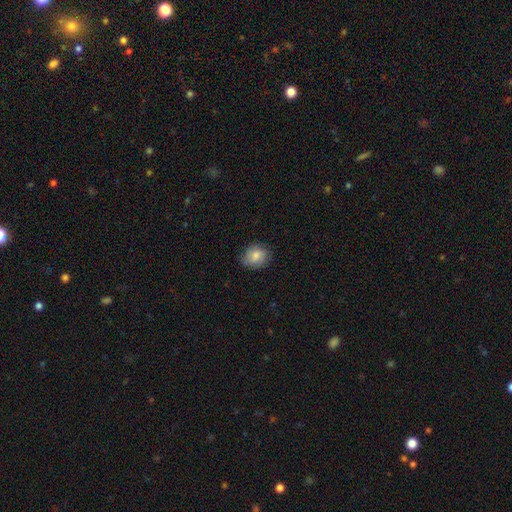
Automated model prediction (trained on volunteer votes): A smooth galaxy with no disk features (78%) that is round (53%). Merging: none (78%).